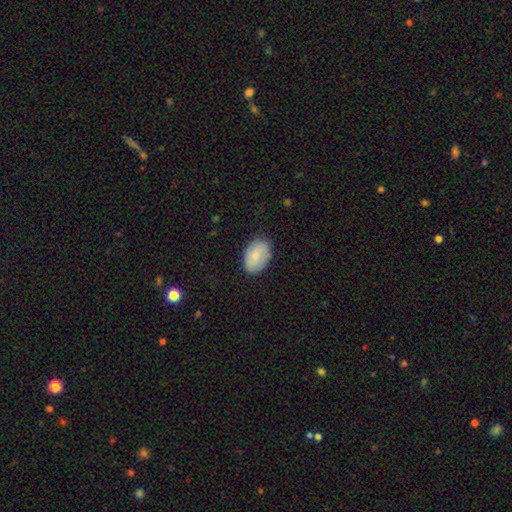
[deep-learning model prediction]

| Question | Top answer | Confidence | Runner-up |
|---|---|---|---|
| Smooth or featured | smooth | 77% | featured or disk (17%) |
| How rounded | in between | 90% | round (8%) |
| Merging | none | 83% | minor disturbance (13%) |